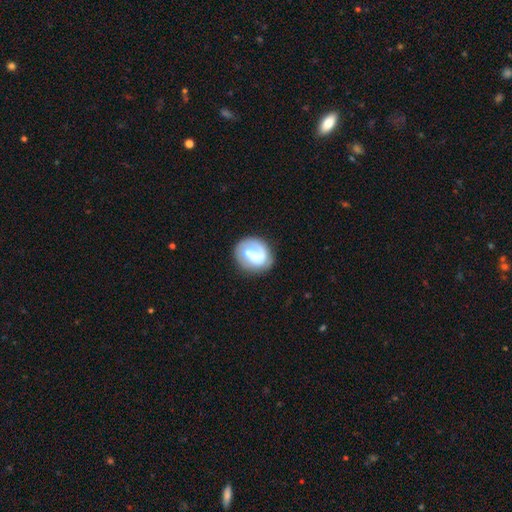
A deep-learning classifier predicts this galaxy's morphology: Smooth or featured? featured or disk (53%)
Edge-on disk? no (97%)
Bar? weak (35%)
Spiral arms? yes (52%)
Bulge size? moderate (40%)
Merging? none (56%)